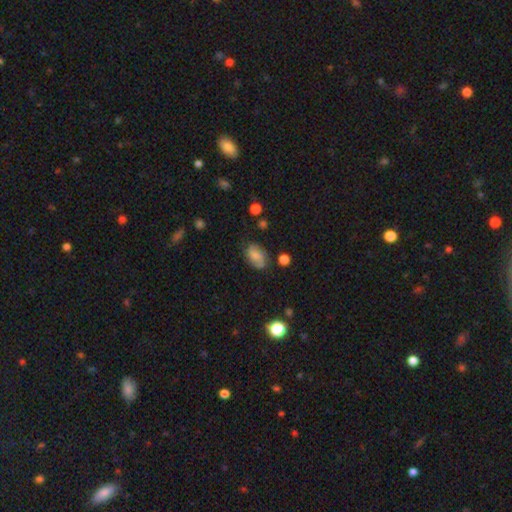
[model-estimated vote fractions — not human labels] smooth_or_featured: smooth (p=0.59) [alt: featured or disk p=0.30]
how_rounded: in between (p=0.85) [alt: round p=0.13]
merging: none (p=0.66) [alt: minor disturbance p=0.23]